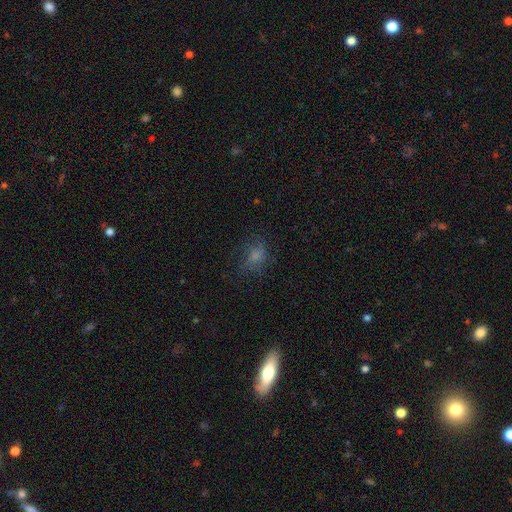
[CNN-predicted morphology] smooth_or_featured: smooth (p=0.61) [alt: featured or disk p=0.22]
how_rounded: in between (p=0.62) [alt: round p=0.36]
merging: none (p=0.60) [alt: minor disturbance p=0.21]